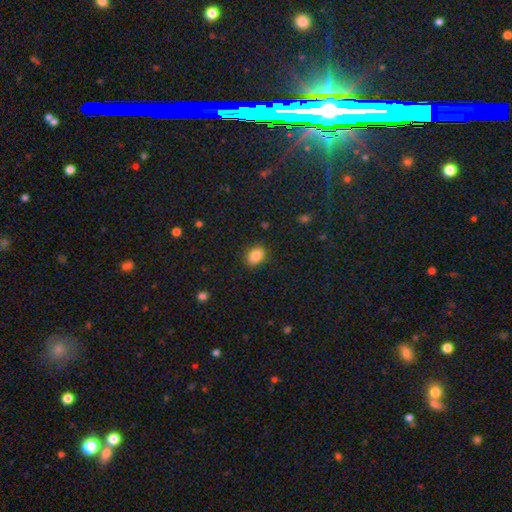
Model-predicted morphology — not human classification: This is clearly a smooth galaxy (85%). How rounded: likely in between (64%). Merging: clearly none (86%).